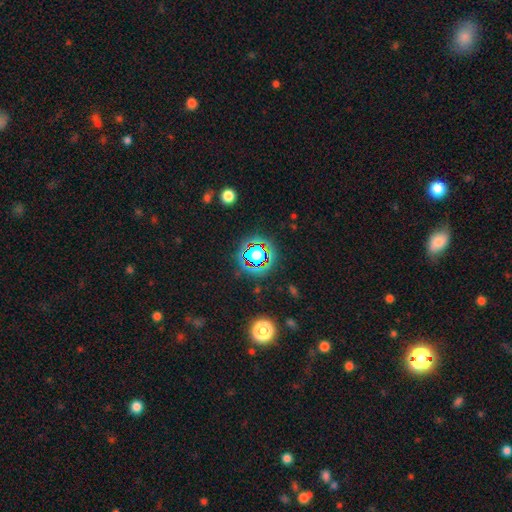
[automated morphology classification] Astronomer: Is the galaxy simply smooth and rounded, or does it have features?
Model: star or artifact — 78%.